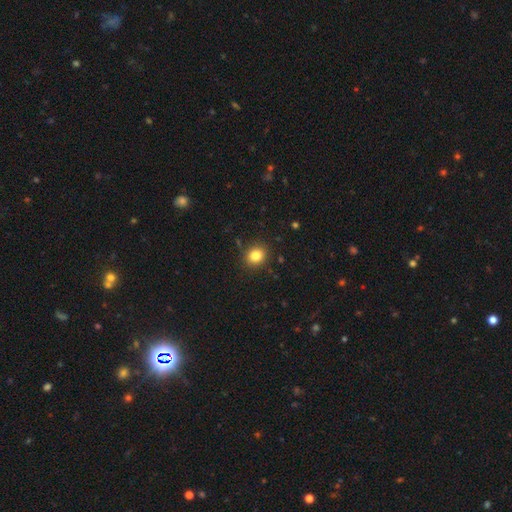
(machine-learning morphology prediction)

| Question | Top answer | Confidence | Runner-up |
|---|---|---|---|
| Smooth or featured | smooth | 83% | star or artifact (11%) |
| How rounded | round | 69% | in between (30%) |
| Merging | none | 88% | minor disturbance (8%) |